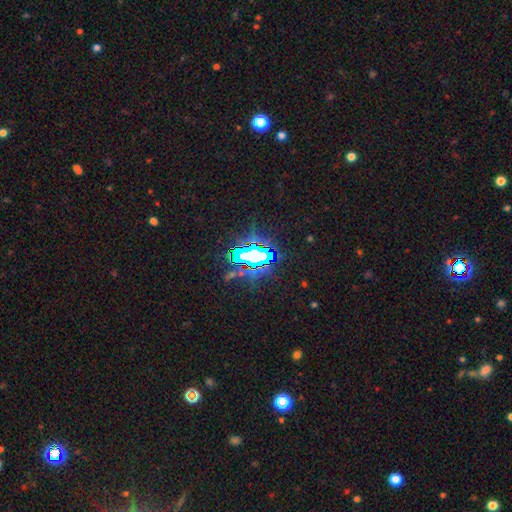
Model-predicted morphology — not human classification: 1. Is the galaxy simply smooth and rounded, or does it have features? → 73% star or artifact, 15% smooth, 12% featured or disk.